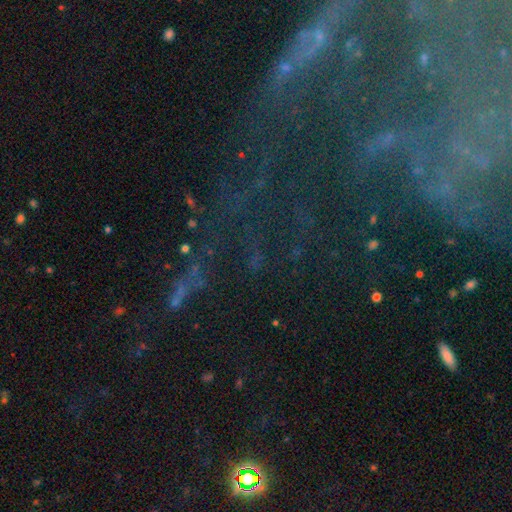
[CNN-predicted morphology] Smooth or featured? Predicted: star or artifact (p=0.66).